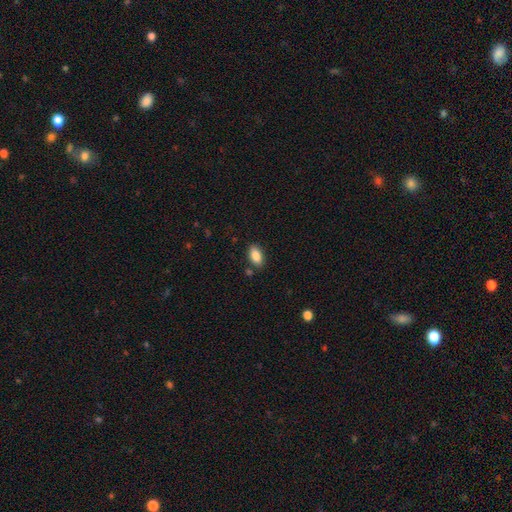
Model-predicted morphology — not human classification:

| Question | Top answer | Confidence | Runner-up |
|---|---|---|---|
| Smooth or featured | smooth | 87% | star or artifact (8%) |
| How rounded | in between | 91% | cigar-shaped (5%) |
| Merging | none | 83% | minor disturbance (11%) |